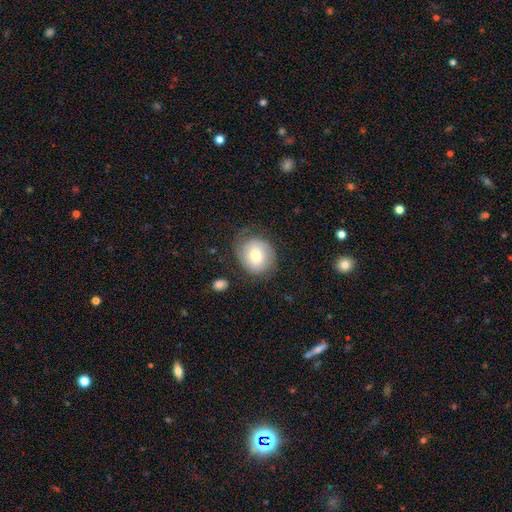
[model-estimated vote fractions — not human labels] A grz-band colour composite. It shows a smooth galaxy with no disk features (59%) that is round (71%). Merging: none (68%).